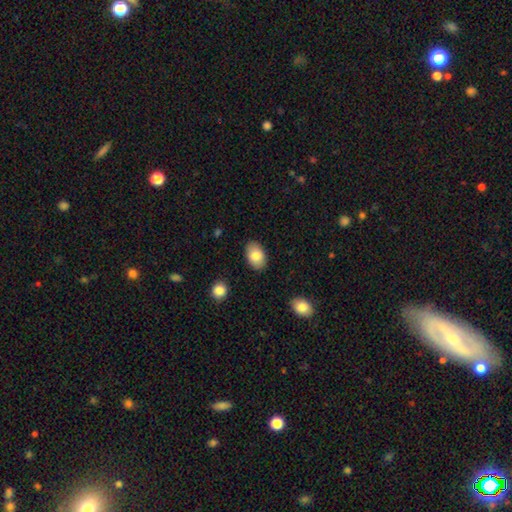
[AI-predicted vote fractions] Morphology: type=smooth (82%); roundness=in between (90%); merging=none (87%).